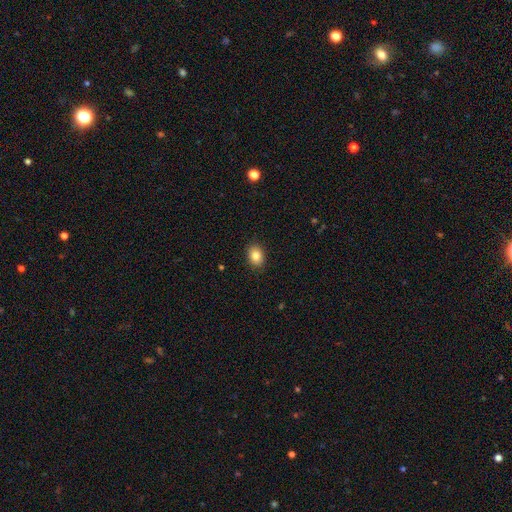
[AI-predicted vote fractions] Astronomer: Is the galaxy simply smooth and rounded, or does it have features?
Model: smooth — 85%.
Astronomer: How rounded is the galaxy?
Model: in between — 71%.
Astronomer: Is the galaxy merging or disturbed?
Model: none — 89%.